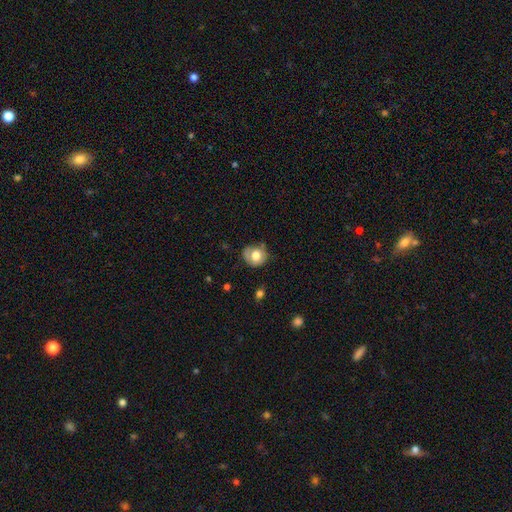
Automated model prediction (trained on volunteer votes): smooth_or_featured: smooth (p=0.67) [alt: featured or disk p=0.24]
how_rounded: round (p=0.76) [alt: in between p=0.23]
merging: none (p=0.59) [alt: minor disturbance p=0.28]